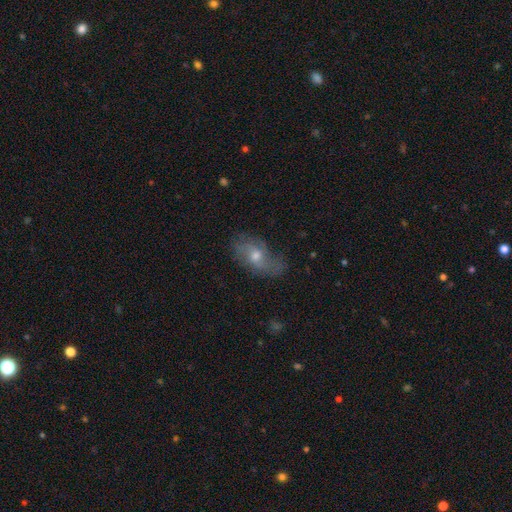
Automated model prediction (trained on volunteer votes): smooth_or_featured: featured or disk (p=0.55) [alt: smooth p=0.34]
disk_edge_on: no (p=0.90) [alt: yes p=0.10]
merging: none (p=0.64) [alt: minor disturbance p=0.25]